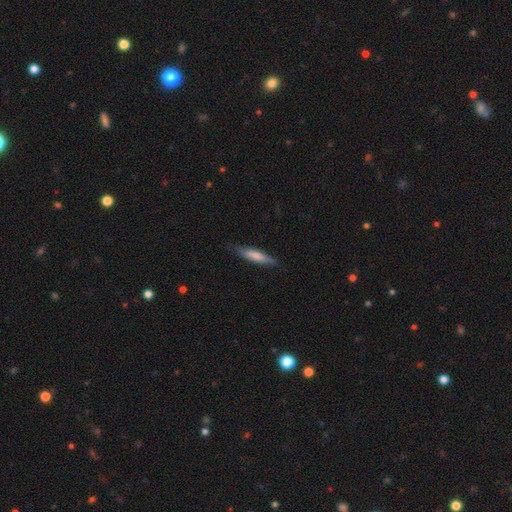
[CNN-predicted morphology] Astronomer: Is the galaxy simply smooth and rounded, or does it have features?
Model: smooth — 71%.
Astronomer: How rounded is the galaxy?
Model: cigar-shaped — 85%.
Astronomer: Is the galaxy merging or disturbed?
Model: none — 82%.